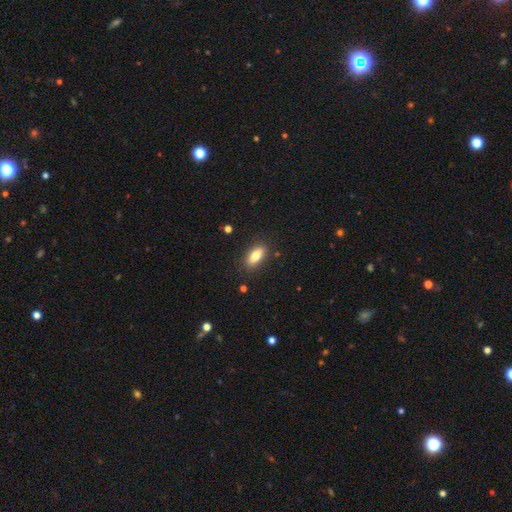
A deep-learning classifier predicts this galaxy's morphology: A smooth galaxy with no disk features (79%) that is in between round and cigar-shaped (82%).

Vote fractions:
- Smooth or featured? smooth: 79% / featured or disk: 13% / star or artifact: 8%
- How rounded? in between: 82% / cigar-shaped: 14% / round: 3%
- Merging? none: 86% / minor disturbance: 10% / major disturbance: 3% / merger: 1%